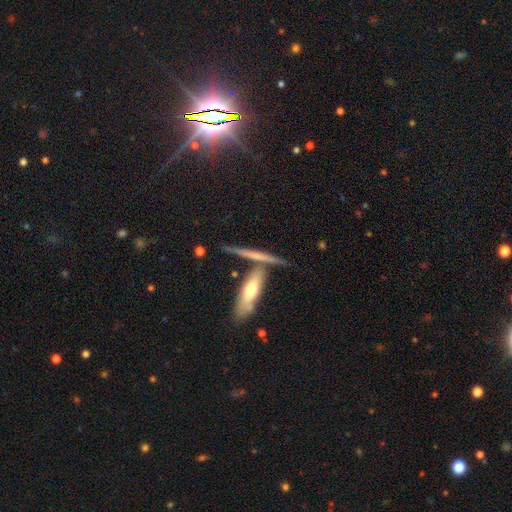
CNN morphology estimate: A featured or disk galaxy (56%) viewed edge-on (91%) with a rounded central bulge (46%).

Vote fractions:
- Smooth or featured? featured or disk: 56% / smooth: 36% / star or artifact: 8%
- Edge-on disk? yes: 91% / no: 9%
- Edge-on bulge? rounded: 46% / none: 41% / boxy: 12%
- Merging? none: 64% / merger: 20% / minor disturbance: 12% / major disturbance: 4%